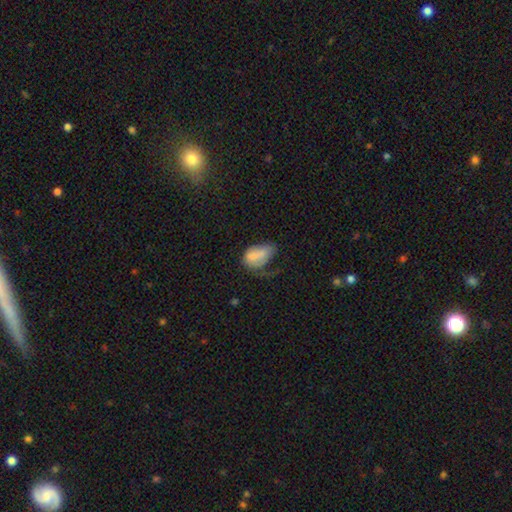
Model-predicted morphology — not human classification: type=smooth (72%); roundness=in between (88%); merging=major disturbance (43%).